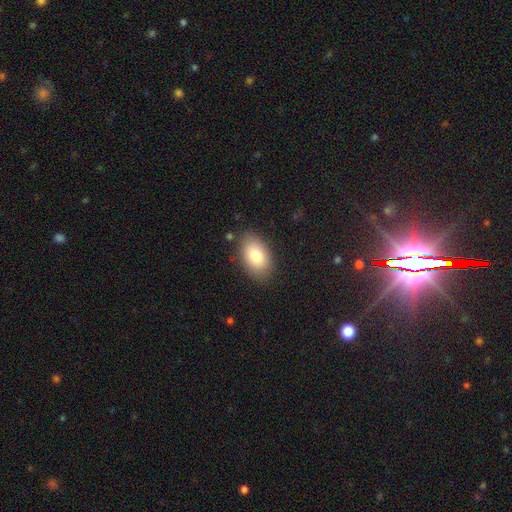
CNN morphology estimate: Overall: smooth (80%). How rounded: in between (91%). Merging: none (83%).